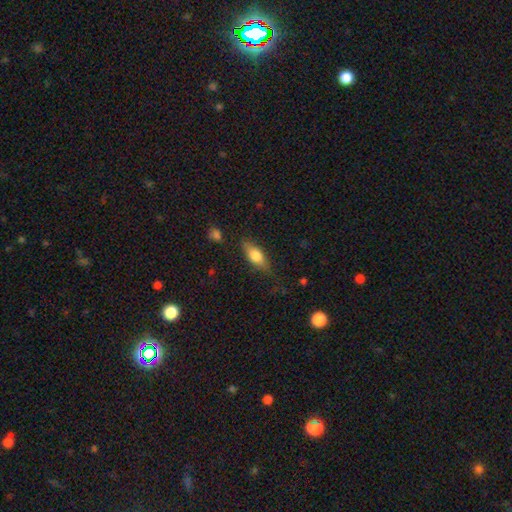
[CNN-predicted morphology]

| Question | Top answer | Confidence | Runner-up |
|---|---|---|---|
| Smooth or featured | smooth | 66% | featured or disk (27%) |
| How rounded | in between | 72% | cigar-shaped (24%) |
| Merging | none | 76% | minor disturbance (18%) |